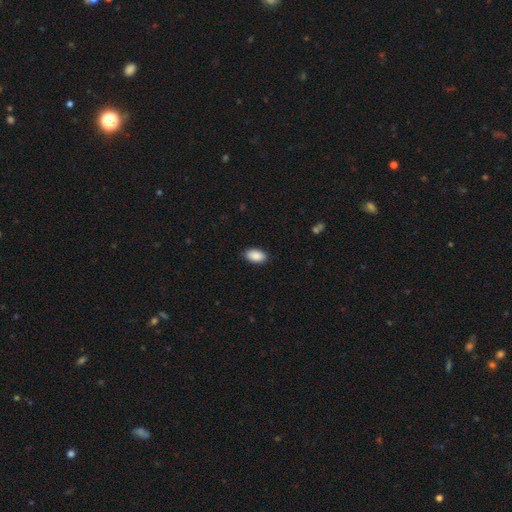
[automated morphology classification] type=smooth (90%); roundness=in between (95%); merging=none (88%).